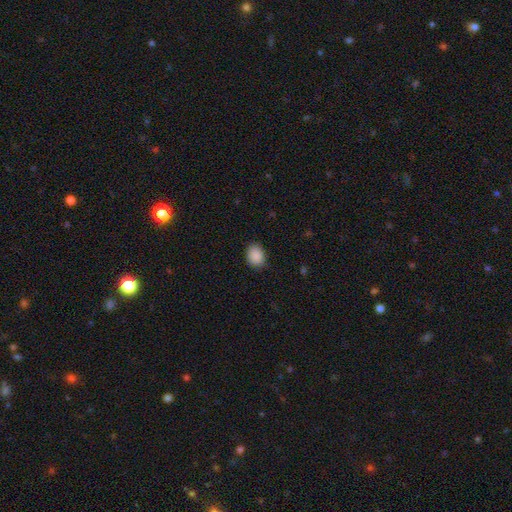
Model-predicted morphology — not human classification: Q: Smooth or featured?
A: smooth (89%); runner-up: star or artifact (8%)
Q: How rounded?
A: in between (58%); runner-up: round (41%)
Q: Merging?
A: none (84%); runner-up: minor disturbance (13%)